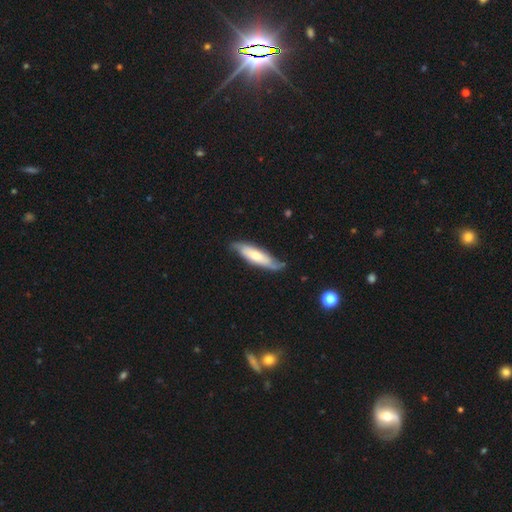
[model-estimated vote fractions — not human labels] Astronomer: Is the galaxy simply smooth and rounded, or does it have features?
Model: featured or disk — 48% (runner-up: smooth, 47%).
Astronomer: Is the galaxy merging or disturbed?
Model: none — 73%.